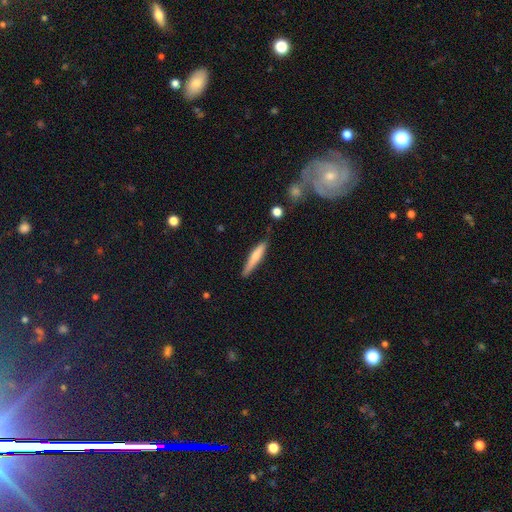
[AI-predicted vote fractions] Morphology: type=smooth (68%); roundness=cigar-shaped (92%); merging=none (78%).